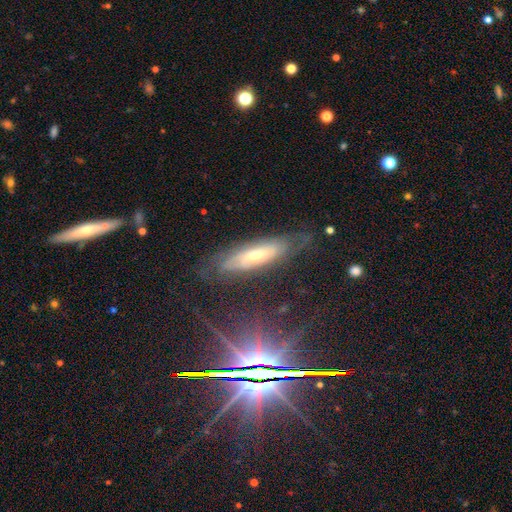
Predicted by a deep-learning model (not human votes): smooth_or_featured: featured or disk (p=0.65) [alt: smooth p=0.27]
disk_edge_on: no (p=0.64) [alt: yes p=0.36]
merging: none (p=0.68) [alt: minor disturbance p=0.20]